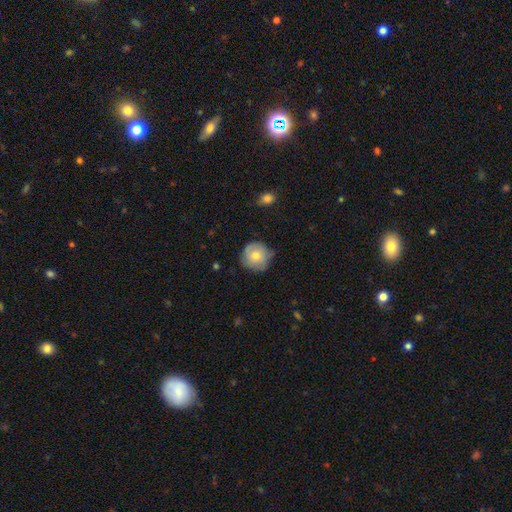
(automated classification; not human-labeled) smooth-or-featured: smooth: 69% | featured or disk: 24% | star or artifact: 7%
  how-rounded: round: 93% | in between: 6% | cigar-shaped: 1%
  merging: none: 69% | minor disturbance: 25% | major disturbance: 4% | merger: 1%